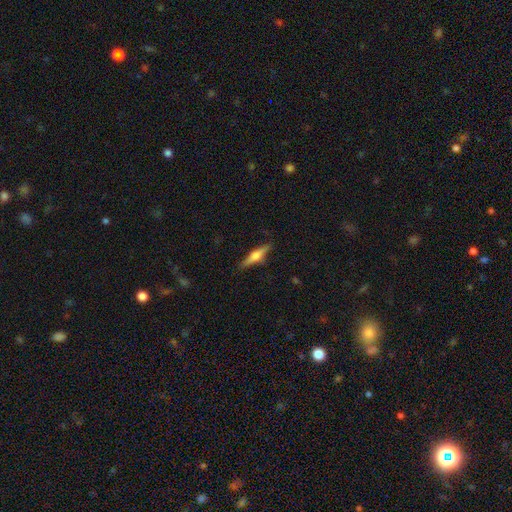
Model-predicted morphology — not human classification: A featured or disk galaxy (59%) viewed edge-on (97%) with a rounded central bulge (88%). Merging: none (87%).